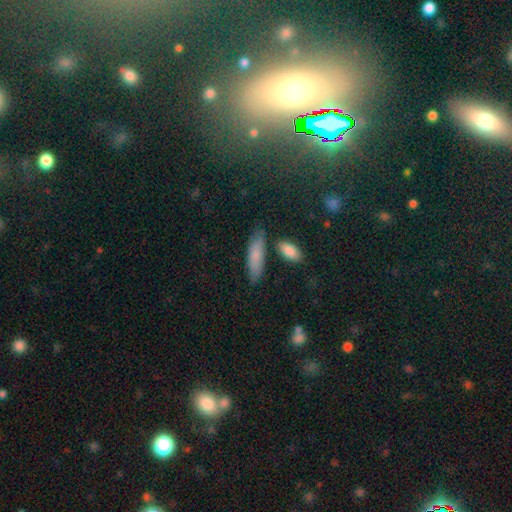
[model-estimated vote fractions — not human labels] Q: Smooth or featured?
A: smooth (78%); runner-up: featured or disk (15%)
Q: How rounded?
A: cigar-shaped (54%); runner-up: in between (43%)
Q: Merging?
A: none (72%); runner-up: minor disturbance (16%)